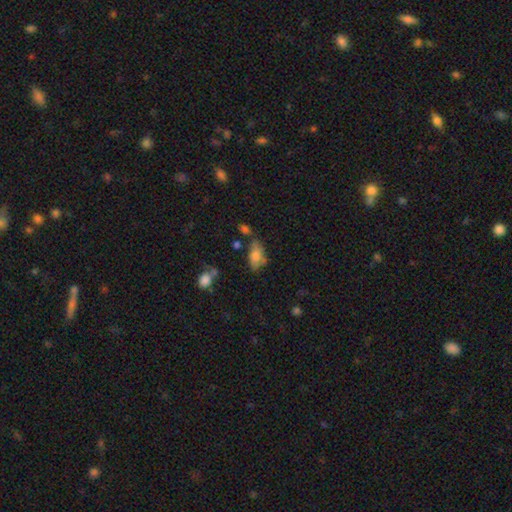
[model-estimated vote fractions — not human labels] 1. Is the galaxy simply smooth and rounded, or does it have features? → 73% smooth, 18% featured or disk, 9% star or artifact.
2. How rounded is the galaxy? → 90% in between, 5% round, 5% cigar-shaped.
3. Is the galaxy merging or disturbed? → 47% none, 29% minor disturbance, 12% merger, 12% major disturbance.